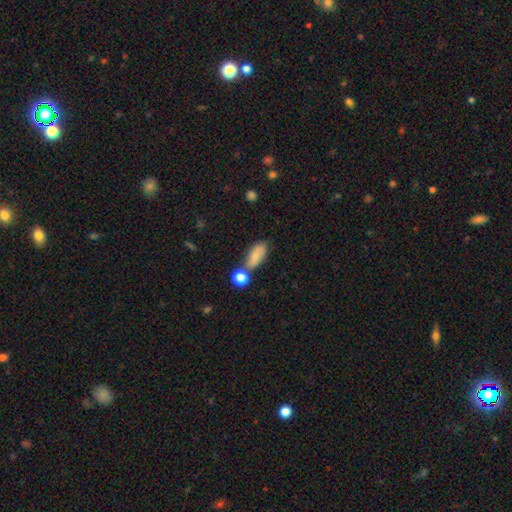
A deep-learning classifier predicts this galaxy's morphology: Smooth or featured? smooth (75%)
How rounded? in between (83%)
Merging? none (56%)